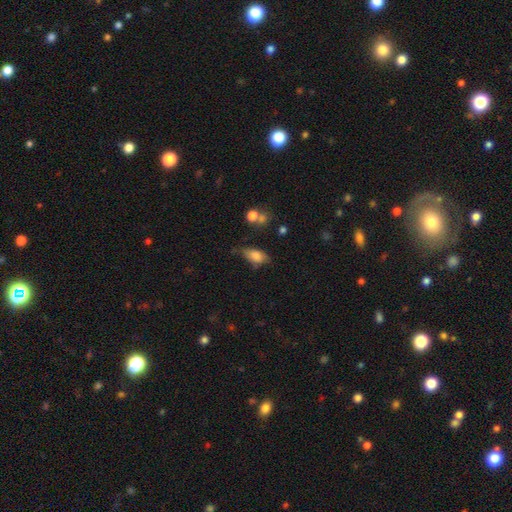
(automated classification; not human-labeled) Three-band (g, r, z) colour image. It shows a smooth galaxy with no disk features (78%) that is in between round and cigar-shaped (88%). Merging: none (48%).